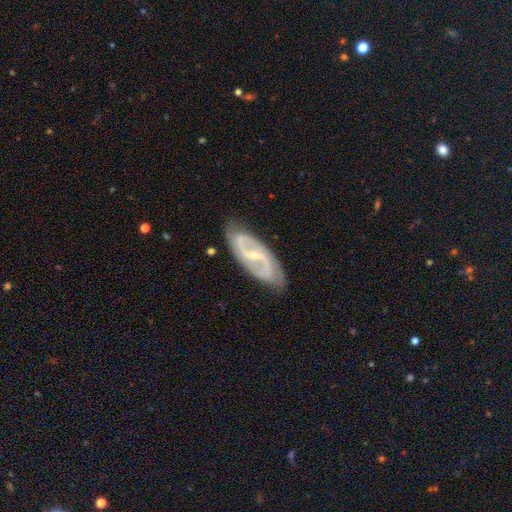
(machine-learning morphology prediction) type=featured or disk (84%); edge-on=no (91%); bar=weak (46%); spiral arms=yes (94%); winding=medium (46%); arm count=2 (86%); bulge=small (69%); merging=none (83%).